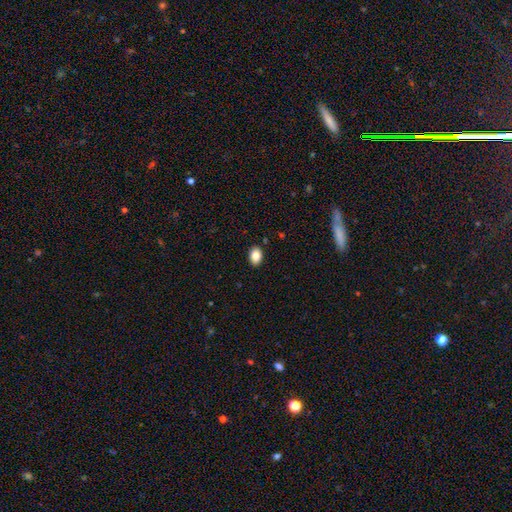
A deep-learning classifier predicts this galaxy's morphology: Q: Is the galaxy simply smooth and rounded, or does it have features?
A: smooth — 85%.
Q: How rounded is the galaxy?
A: in between — 83%.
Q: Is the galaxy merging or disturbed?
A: none — 89%.